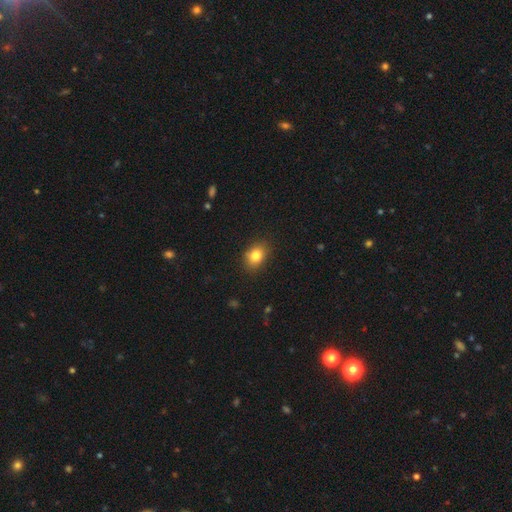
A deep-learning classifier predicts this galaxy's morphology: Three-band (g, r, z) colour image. It shows a smooth galaxy with no disk features (82%) that is in between round and cigar-shaped (61%). Merging: none (84%).